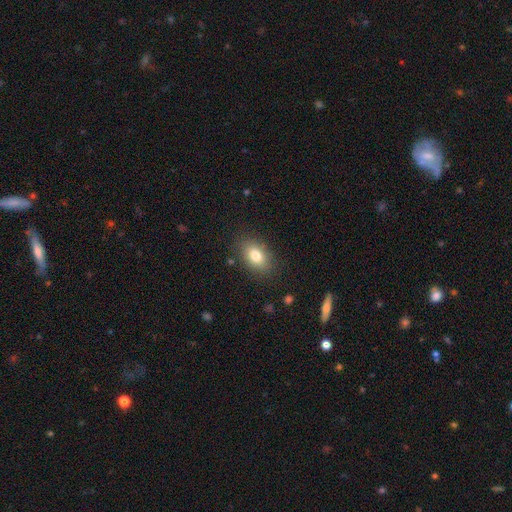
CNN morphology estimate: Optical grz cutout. It shows a smooth galaxy with no disk features (79%) that is in between round and cigar-shaped (83%). Merging: none (84%).